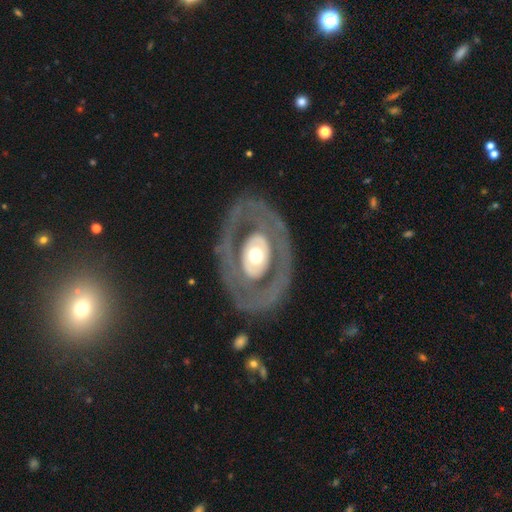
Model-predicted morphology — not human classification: smooth-or-featured: featured or disk: 71% | smooth: 25% | star or artifact: 4%
  disk-edge-on: no: 93% | yes: 7%
    bar: no: 86% | weak: 9% | strong: 5%
    has-spiral-arms: no: 77% | yes: 23%
    bulge-size: moderate: 57% | large: 34% | small: 5% | dominant: 3% | none: 1%
  merging: none: 79% | minor disturbance: 10% | major disturbance: 9% | merger: 1%